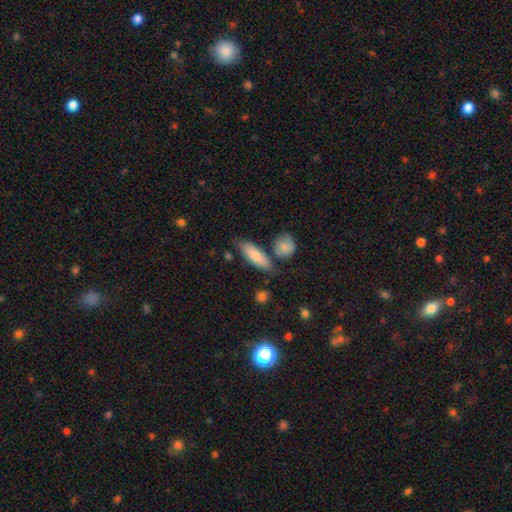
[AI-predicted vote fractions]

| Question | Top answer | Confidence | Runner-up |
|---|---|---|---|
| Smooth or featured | smooth | 81% | featured or disk (13%) |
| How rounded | in between | 60% | cigar-shaped (37%) |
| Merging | none | 70% | minor disturbance (16%) |